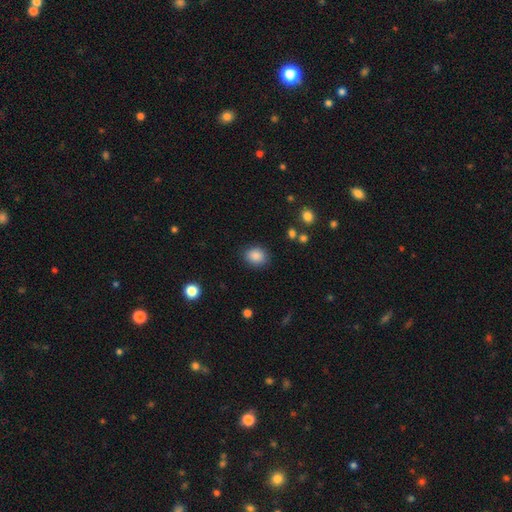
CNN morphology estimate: This appears to be a smooth galaxy with no disk features (87%) that is round (56%). Merging: none (86%).